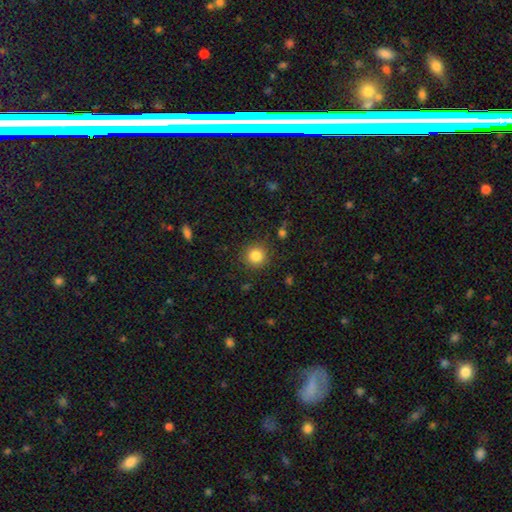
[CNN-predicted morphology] Smooth or featured? Predicted: smooth (p=0.84). How rounded? Predicted: round (p=0.93). Merging? Predicted: none (p=0.89).